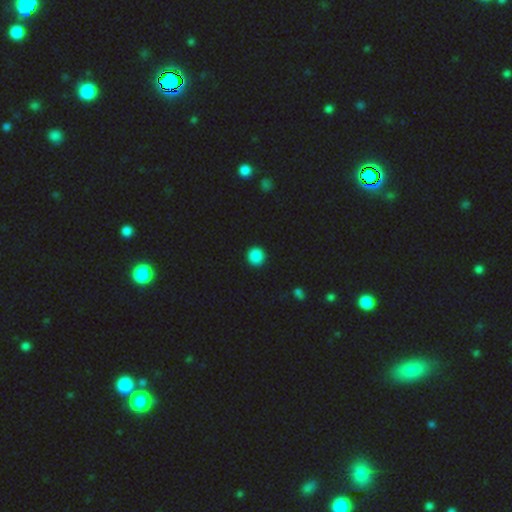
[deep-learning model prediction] This is clearly a smooth galaxy (87%). How rounded: clearly round (93%). Merging: clearly none (93%).